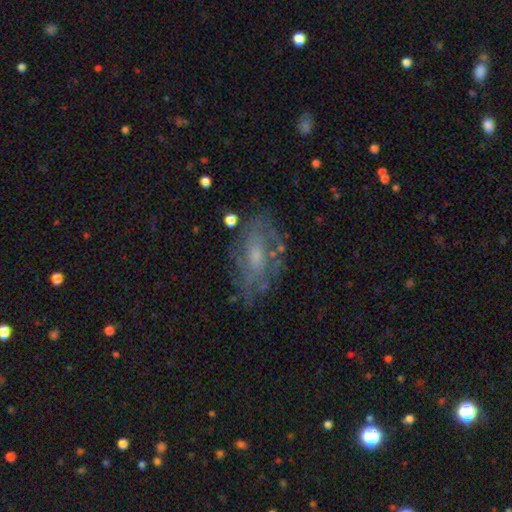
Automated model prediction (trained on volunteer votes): Smooth or featured? featured or disk (64%)
Edge-on disk? no (93%)
Bar? no (67%)
Spiral arms? yes (63%)
Bulge size? small (55%)
Merging? none (67%)